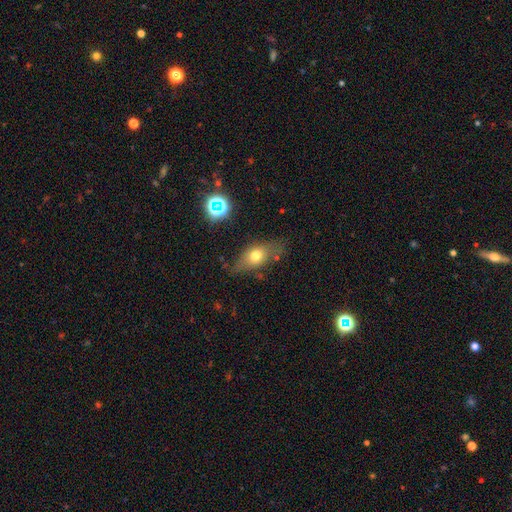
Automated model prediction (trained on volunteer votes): Smooth or featured? smooth (64%)
How rounded? in between (69%)
Merging? none (66%)